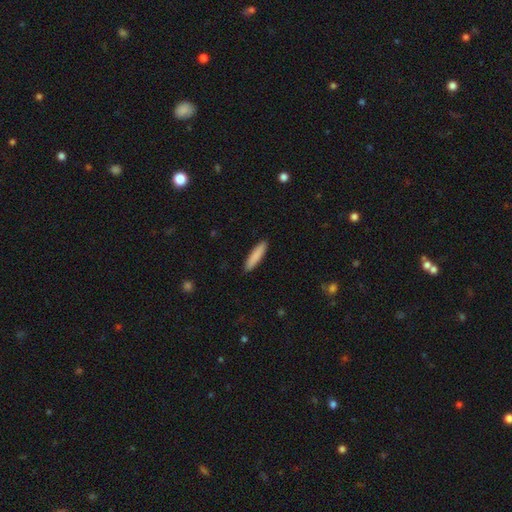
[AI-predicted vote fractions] Smooth or featured? Predicted: smooth (p=0.87). How rounded? Predicted: cigar-shaped (p=0.82). Merging? Predicted: none (p=0.91).